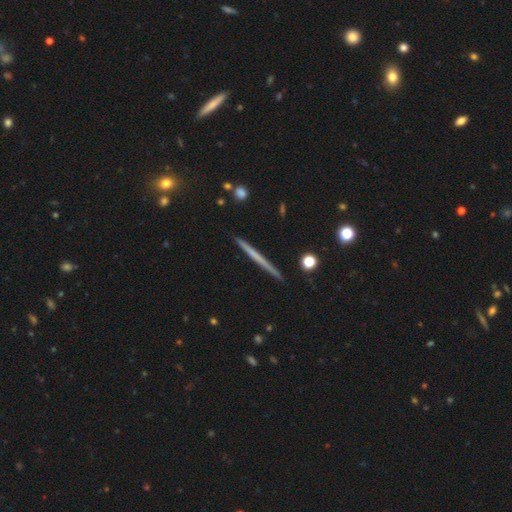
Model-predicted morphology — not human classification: This appears to be a featured or disk galaxy (52%) viewed edge-on (97%) with no central bulge (89%). Merging: none (92%).